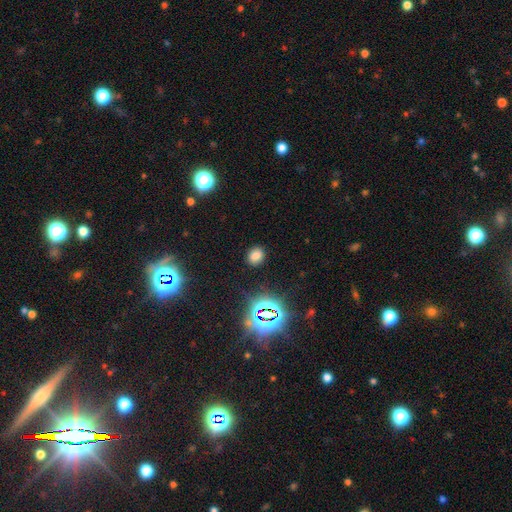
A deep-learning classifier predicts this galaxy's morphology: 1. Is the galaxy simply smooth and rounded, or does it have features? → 71% smooth, 22% star or artifact, 7% featured or disk.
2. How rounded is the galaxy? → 59% round, 40% in between, 1% cigar-shaped.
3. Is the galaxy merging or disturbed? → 87% none, 8% minor disturbance, 3% major disturbance, 2% merger.